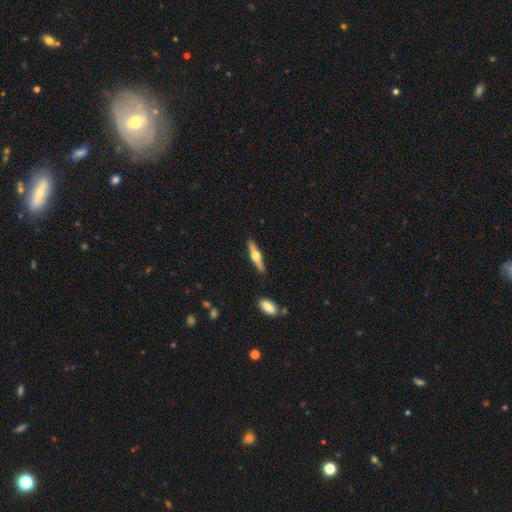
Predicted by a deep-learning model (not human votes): Smooth or featured? featured or disk (66%)
Edge-on disk? yes (96%)
Edge-on bulge? rounded (95%)
Merging? none (88%)